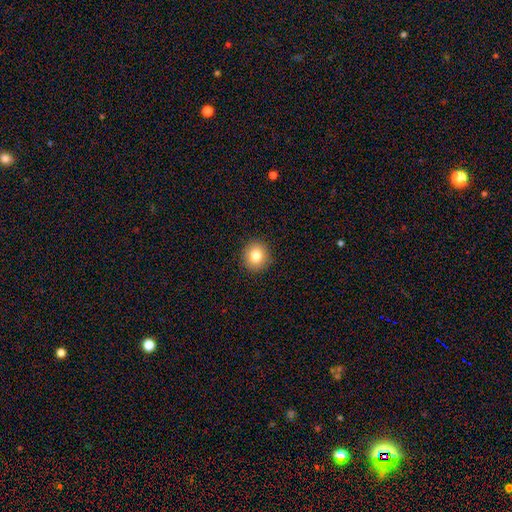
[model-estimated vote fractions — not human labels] Smooth or featured? Predicted: smooth (p=0.81). How rounded? Predicted: round (p=0.87). Merging? Predicted: none (p=0.92).